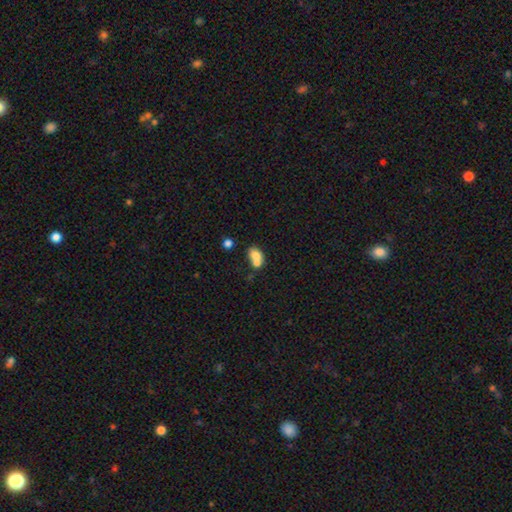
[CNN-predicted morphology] This is likely a smooth galaxy (74%). How rounded: likely in between (71%). Merging: possibly merger (59%).